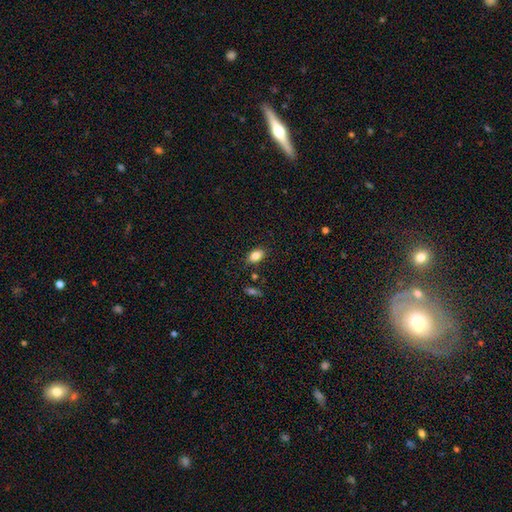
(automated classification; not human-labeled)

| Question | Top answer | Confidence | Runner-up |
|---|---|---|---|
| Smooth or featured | smooth | 83% | star or artifact (9%) |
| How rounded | in between | 86% | round (11%) |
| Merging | none | 83% | minor disturbance (11%) |